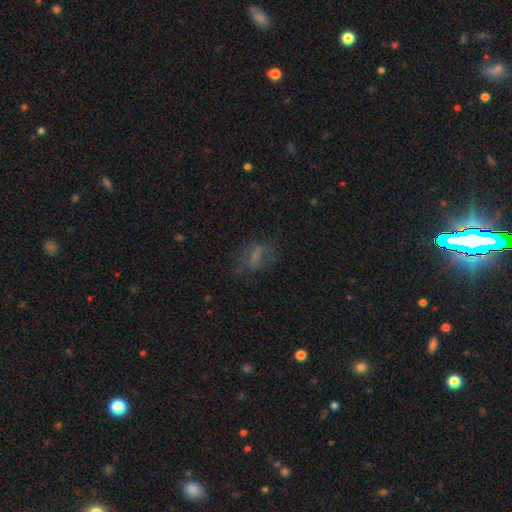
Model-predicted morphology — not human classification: This is possibly a smooth galaxy (47%). Merging: possibly none (51%).